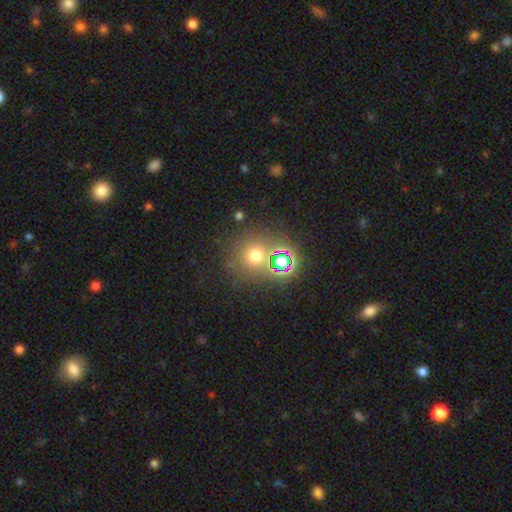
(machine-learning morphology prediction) type=smooth (57%); roundness=round (89%); merging=none (74%).